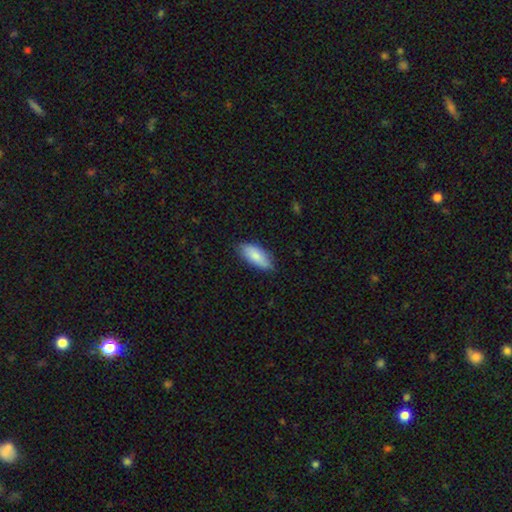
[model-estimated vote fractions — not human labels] Smooth or featured? Predicted: smooth (p=0.82). How rounded? Predicted: in between (p=0.85). Merging? Predicted: none (p=0.79).